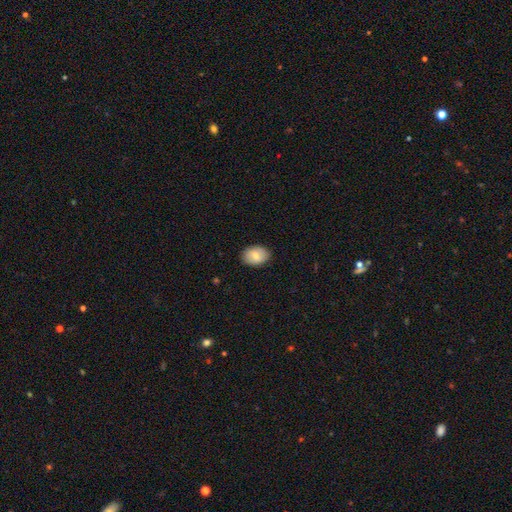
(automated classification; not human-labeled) Q: Smooth or featured?
A: smooth (76%); runner-up: featured or disk (17%)
Q: How rounded?
A: in between (77%); runner-up: round (21%)
Q: Merging?
A: none (87%); runner-up: minor disturbance (10%)